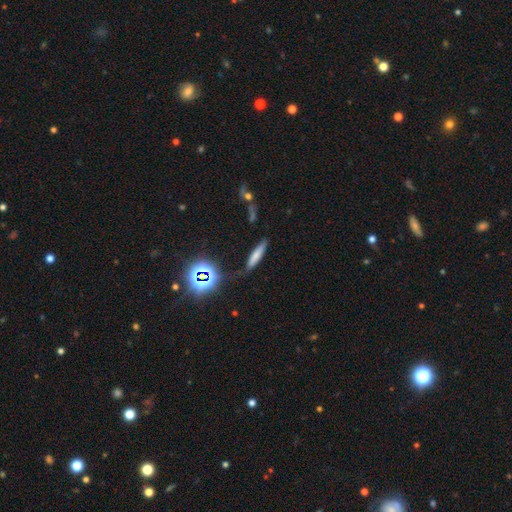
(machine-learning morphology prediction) Smooth or featured?
  - smooth: 66% *
  - featured or disk: 17%
  - star or artifact: 17%
How rounded?
  - cigar-shaped: 81% *
  - in between: 16%
  - round: 4%
Merging?
  - none: 75% *
  - minor disturbance: 16%
  - major disturbance: 5%
  - merger: 4%